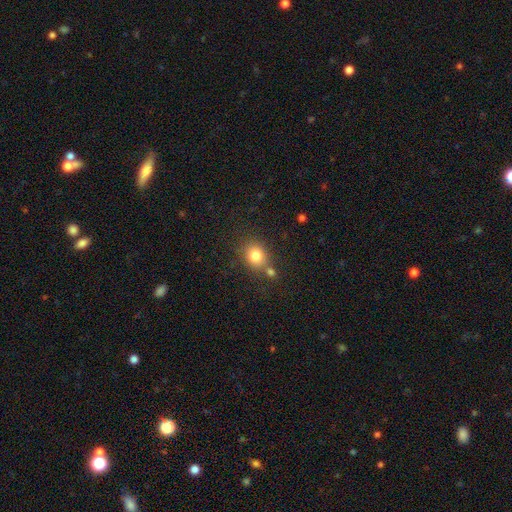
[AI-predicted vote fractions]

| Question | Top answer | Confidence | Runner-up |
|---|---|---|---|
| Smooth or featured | smooth | 80% | star or artifact (11%) |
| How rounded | round | 69% | in between (30%) |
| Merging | none | 67% | merger (18%) |